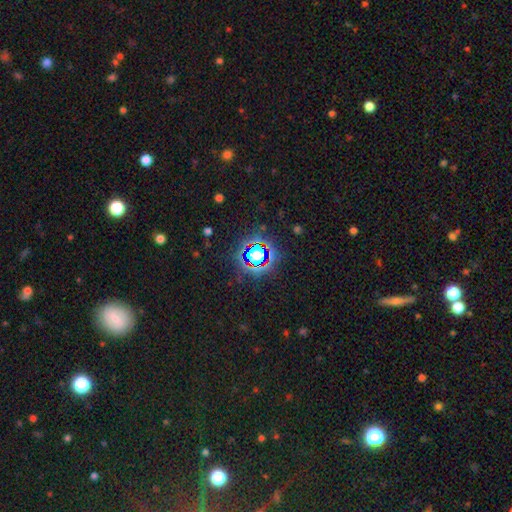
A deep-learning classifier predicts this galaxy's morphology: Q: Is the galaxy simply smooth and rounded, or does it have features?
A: star or artifact — 68%.